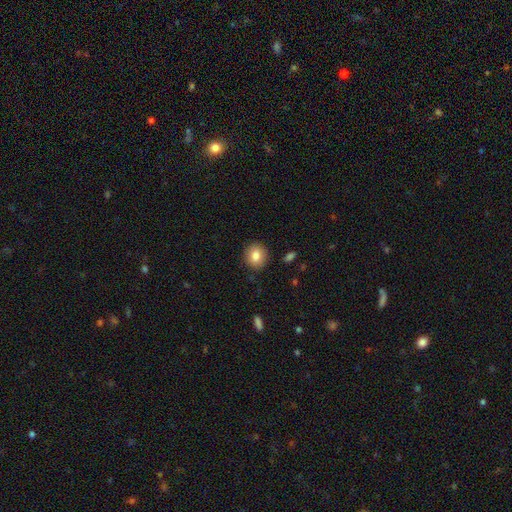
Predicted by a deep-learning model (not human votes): smooth_or_featured: smooth (p=0.83) [alt: star or artifact p=0.09]
how_rounded: round (p=0.80) [alt: in between p=0.19]
merging: none (p=0.89) [alt: minor disturbance p=0.08]